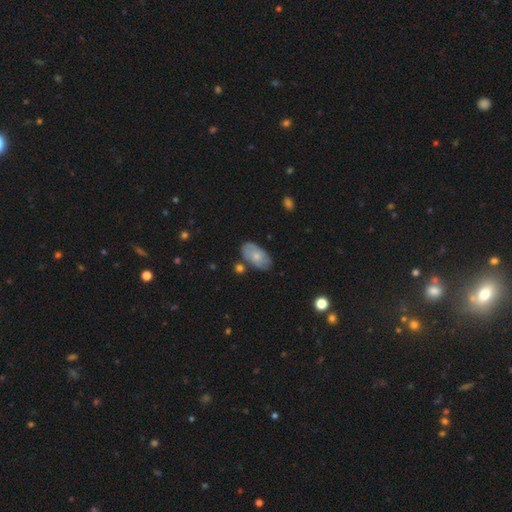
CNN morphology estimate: A smooth galaxy with no disk features (59%) that is in between round and cigar-shaped (92%). Merging: none (67%).